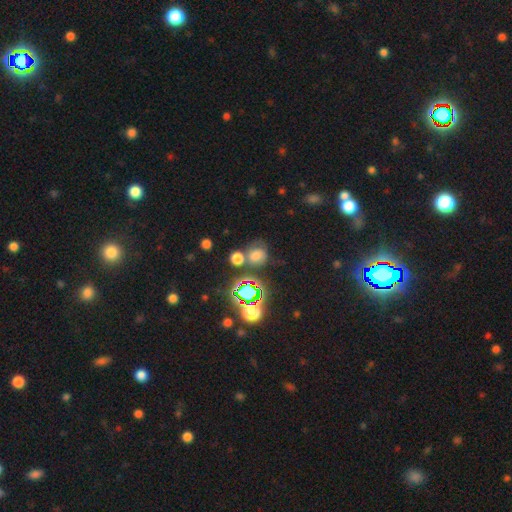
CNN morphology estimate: Smooth or featured: smooth — 61% (star or artifact — 28%)
How rounded: round — 71% (in between — 28%)
Merging: none — 54% (merger — 22%)